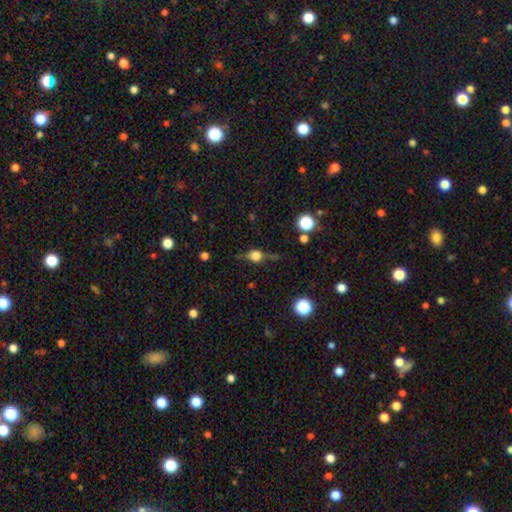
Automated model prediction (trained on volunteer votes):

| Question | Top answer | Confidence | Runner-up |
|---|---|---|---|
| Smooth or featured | featured or disk | 42% | tied: smooth (42%) |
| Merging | none | 68% | minor disturbance (20%) |